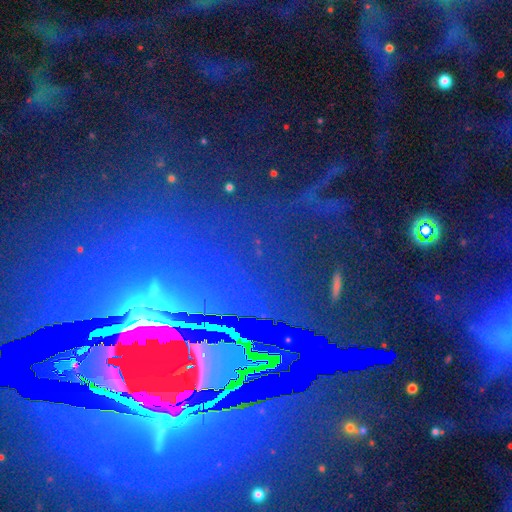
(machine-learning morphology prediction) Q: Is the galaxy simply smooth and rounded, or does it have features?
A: star or artifact — 82%.